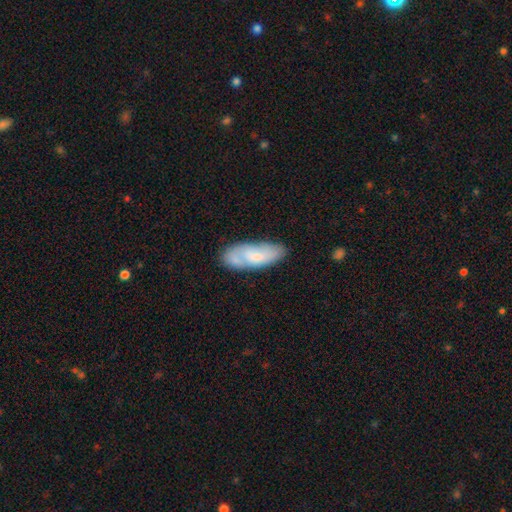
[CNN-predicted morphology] smooth-or-featured: smooth: 64% | featured or disk: 30% | star or artifact: 6%
  how-rounded: in between: 77% | cigar-shaped: 21% | round: 2%
  merging: none: 62% | minor disturbance: 22% | merger: 9% | major disturbance: 6%